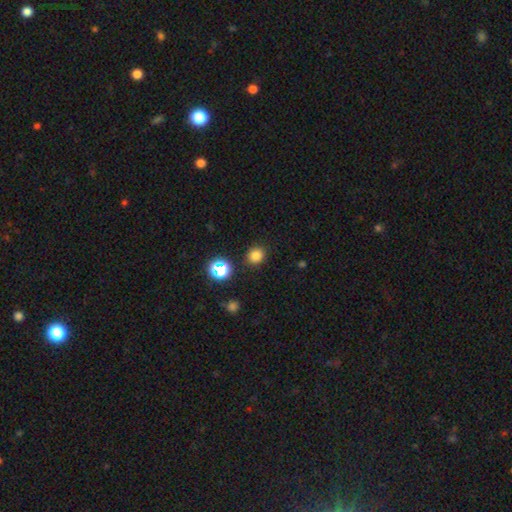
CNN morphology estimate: Smooth or featured: smooth — 77% (star or artifact — 18%)
How rounded: round — 81% (in between — 18%)
Merging: none — 88% (minor disturbance — 7%)